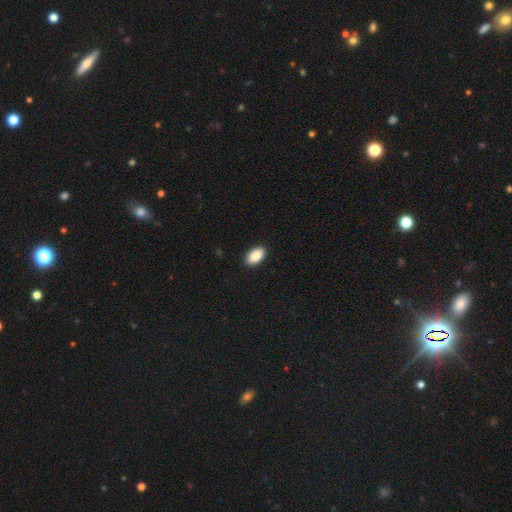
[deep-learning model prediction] Overall: smooth (89%). How rounded: in between (95%). Merging: none (90%).